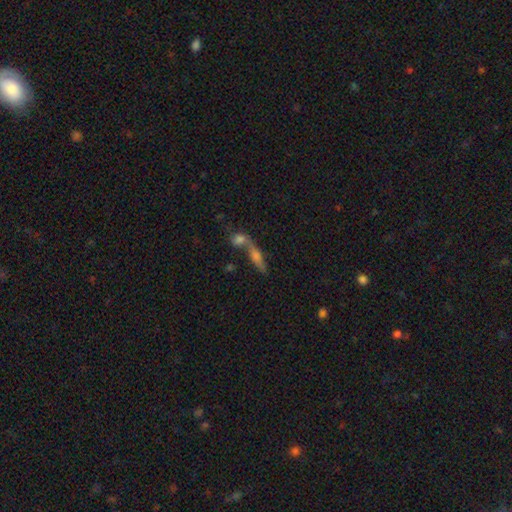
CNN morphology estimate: smooth-or-featured: featured or disk: 55% | smooth: 33% | star or artifact: 12%
  disk-edge-on: yes: 82% | no: 18%
  merging: merger: 46% | none: 41% | minor disturbance: 8% | major disturbance: 5%